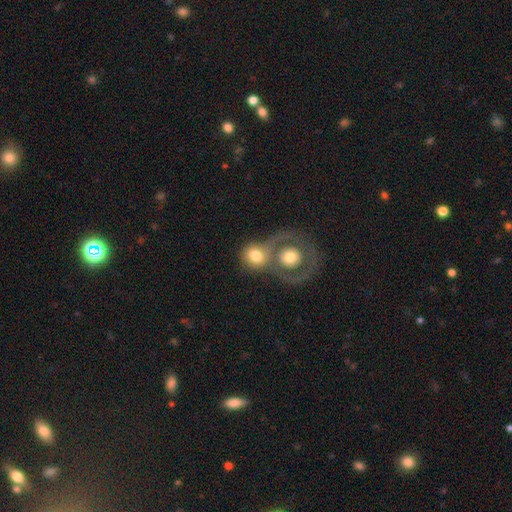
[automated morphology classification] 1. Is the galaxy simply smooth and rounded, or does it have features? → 64% smooth, 29% featured or disk, 7% star or artifact.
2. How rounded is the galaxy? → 79% round, 20% in between, 1% cigar-shaped.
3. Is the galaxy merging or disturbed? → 51% merger, 33% none, 9% minor disturbance, 7% major disturbance.